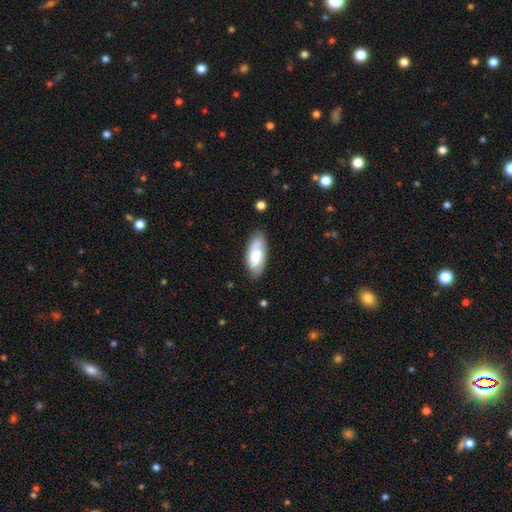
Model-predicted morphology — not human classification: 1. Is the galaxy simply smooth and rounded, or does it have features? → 70% smooth, 24% featured or disk, 6% star or artifact.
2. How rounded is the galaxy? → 82% in between, 16% cigar-shaped, 2% round.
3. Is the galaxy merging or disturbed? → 76% none, 18% minor disturbance, 4% major disturbance, 2% merger.